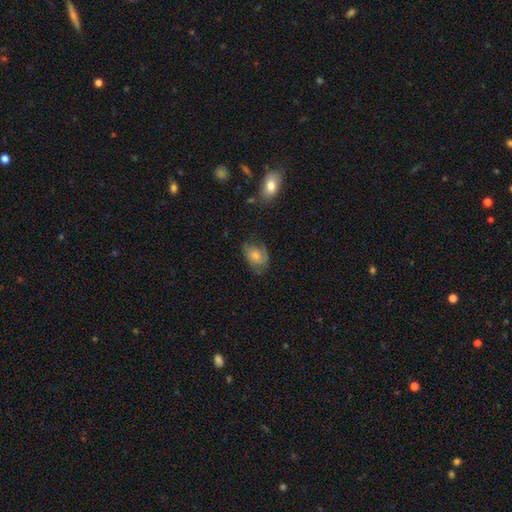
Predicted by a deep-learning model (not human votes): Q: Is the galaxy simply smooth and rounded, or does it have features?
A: smooth — 55%.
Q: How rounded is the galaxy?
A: in between — 76%.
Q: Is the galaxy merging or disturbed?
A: none — 53%.